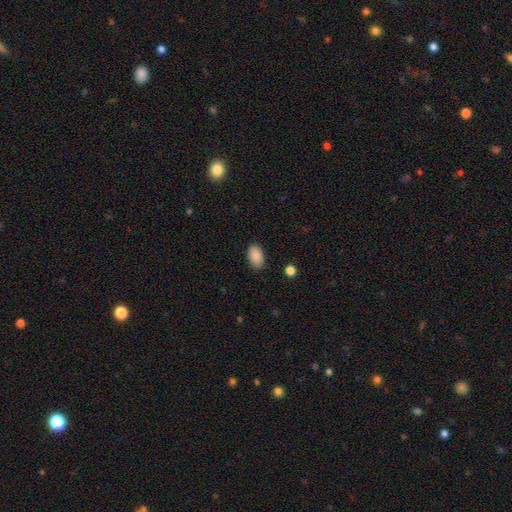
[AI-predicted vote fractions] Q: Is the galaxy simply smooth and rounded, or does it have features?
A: smooth — 90%.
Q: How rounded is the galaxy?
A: in between — 93%.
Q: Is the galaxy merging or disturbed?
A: none — 83%.